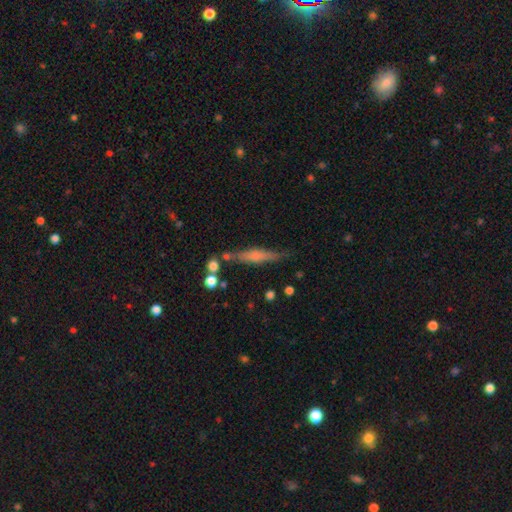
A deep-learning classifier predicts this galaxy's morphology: smooth-or-featured: featured or disk: 50% | smooth: 42% | star or artifact: 8%
  merging: none: 73% | minor disturbance: 15% | merger: 7% | major disturbance: 5%